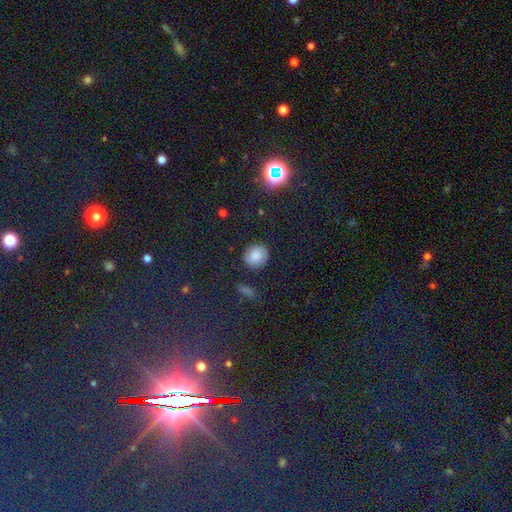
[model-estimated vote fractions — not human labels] Overall: smooth (67%). How rounded: round (84%). Merging: none (82%).